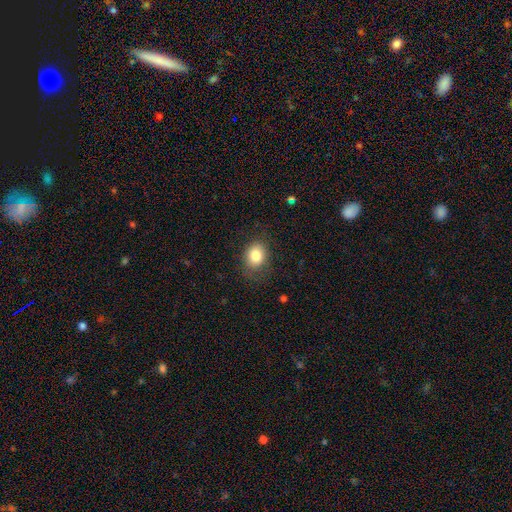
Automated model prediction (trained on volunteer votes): A smooth galaxy with no disk features (83%) that is in between round and cigar-shaped (51%).

Vote fractions:
- Smooth or featured? smooth: 83% / star or artifact: 10% / featured or disk: 8%
- How rounded? in between: 51% / round: 48% / cigar-shaped: 1%
- Merging? none: 76% / minor disturbance: 17% / major disturbance: 6% / merger: 1%